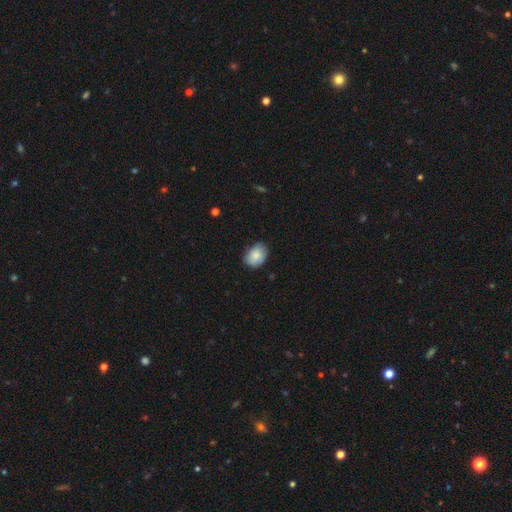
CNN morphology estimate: Smooth or featured?
  - smooth: 82% *
  - featured or disk: 11%
  - star or artifact: 7%
How rounded?
  - in between: 69% *
  - round: 30%
  - cigar-shaped: 1%
Merging?
  - none: 73% *
  - minor disturbance: 22%
  - major disturbance: 3%
  - merger: 1%